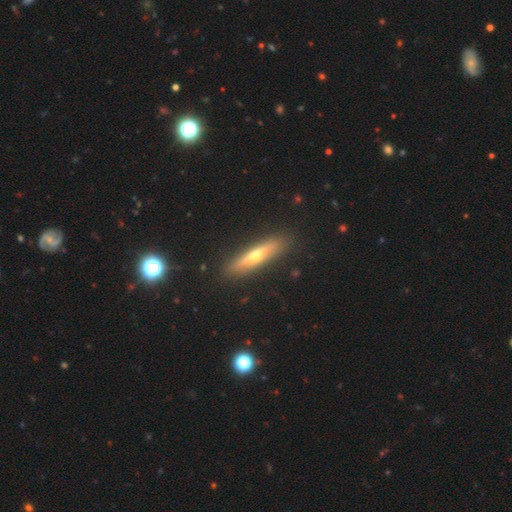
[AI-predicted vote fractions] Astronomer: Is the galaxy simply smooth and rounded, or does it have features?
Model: featured or disk — 55% (runner-up: smooth, 38%).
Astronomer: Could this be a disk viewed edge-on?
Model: yes — 87%.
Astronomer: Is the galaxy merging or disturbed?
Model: none — 88%.